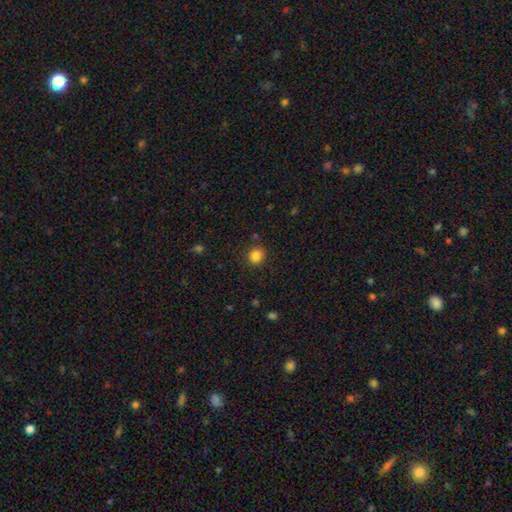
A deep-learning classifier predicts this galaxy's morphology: smooth_or_featured: smooth (p=0.84) [alt: star or artifact p=0.11]
how_rounded: round (p=0.85) [alt: in between p=0.14]
merging: none (p=0.87) [alt: minor disturbance p=0.09]